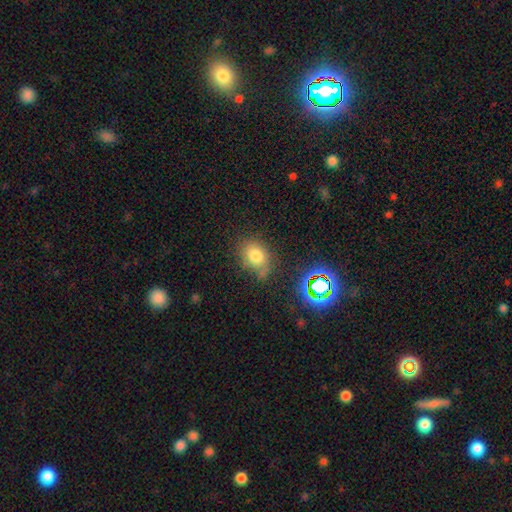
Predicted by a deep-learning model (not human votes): Smooth or featured? Predicted: smooth (p=0.73). How rounded? Predicted: in between (p=0.62). Merging? Predicted: none (p=0.64).